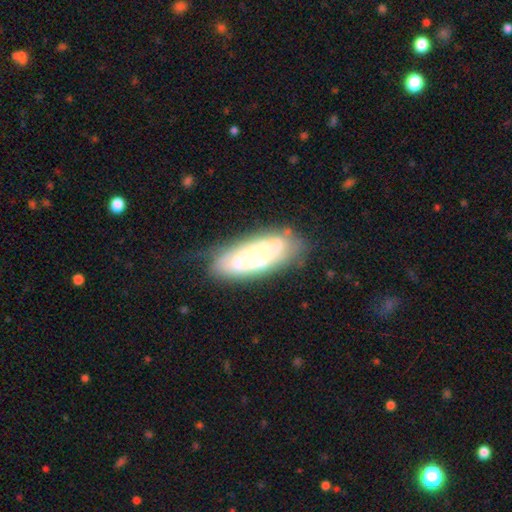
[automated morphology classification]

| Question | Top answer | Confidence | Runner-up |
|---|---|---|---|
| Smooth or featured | featured or disk | 70% | smooth (23%) |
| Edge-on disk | no | 87% | yes (13%) |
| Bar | no | 72% | weak (21%) |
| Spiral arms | yes | 73% | no (27%) |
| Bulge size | moderate | 57% | small (32%) |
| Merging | none | 68% | minor disturbance (21%) |